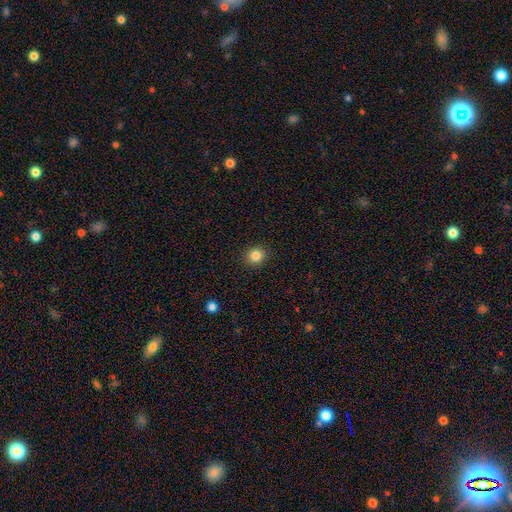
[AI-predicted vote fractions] Smooth or featured?
  - smooth: 84% *
  - star or artifact: 11%
  - featured or disk: 5%
How rounded?
  - round: 80% *
  - in between: 19%
  - cigar-shaped: 1%
Merging?
  - none: 91% *
  - minor disturbance: 6%
  - major disturbance: 2%
  - merger: 1%